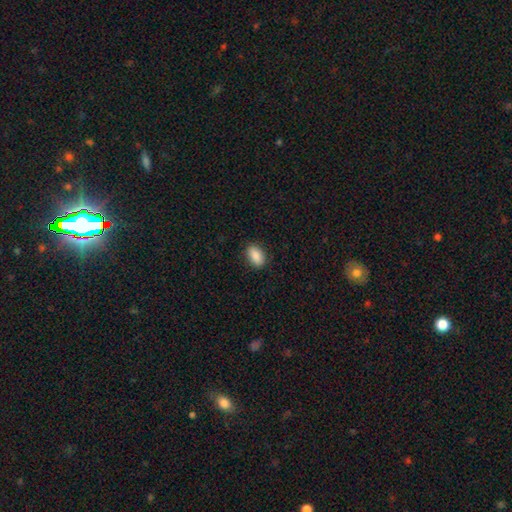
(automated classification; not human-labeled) The model was most divided on "merging": none: 88%, minor disturbance: 9%, major disturbance: 2%, merger: 1%. More confident: how rounded — in between (90%); smooth or featured — smooth (89%).